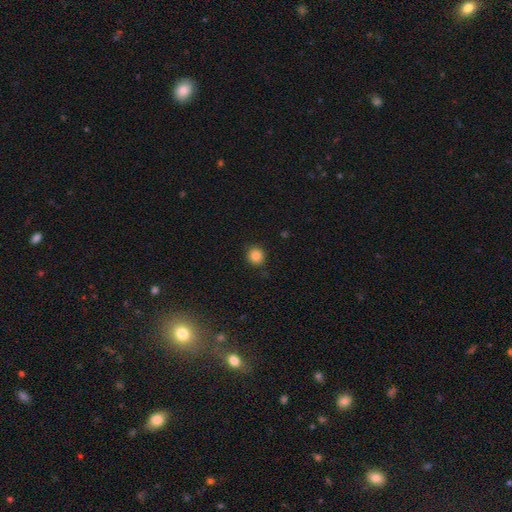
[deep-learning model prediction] This appears to be a smooth galaxy with no disk features (85%) that is round (91%). Merging: none (87%).